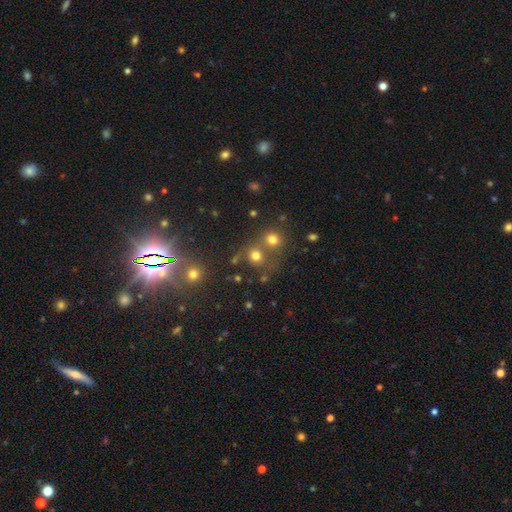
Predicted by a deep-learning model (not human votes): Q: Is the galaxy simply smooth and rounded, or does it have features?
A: smooth — 72%.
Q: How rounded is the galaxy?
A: round — 86%.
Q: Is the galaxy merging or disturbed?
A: none — 57%.